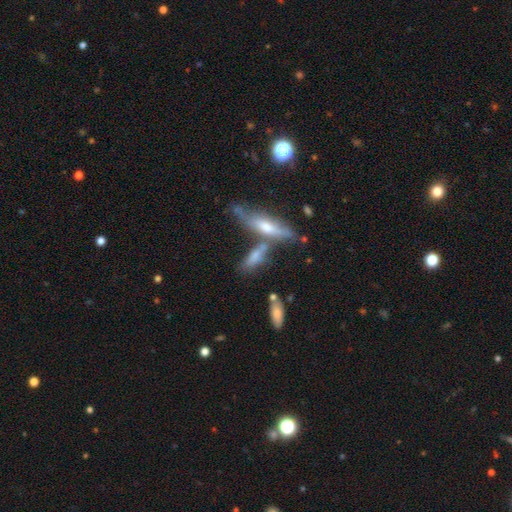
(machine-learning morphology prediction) Smooth or featured? Predicted: smooth (p=0.62). How rounded? Predicted: cigar-shaped (p=0.50). Merging? Predicted: none (p=0.41).